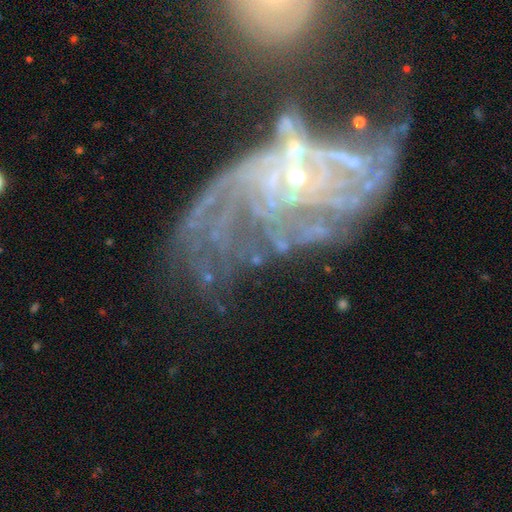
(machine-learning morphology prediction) A featured or disk galaxy (81%) with no bar (72%), tight (41%) spiral arms (83%) and a small central bulge (74%).

Vote fractions:
- Smooth or featured? featured or disk: 81% / star or artifact: 11% / smooth: 8%
- Edge-on disk? no: 96% / yes: 4%
- Bar? no: 72% / weak: 21% / strong: 7%
- Spiral arms? yes: 83% / no: 17%
- Spiral winding? tight: 41% / medium: 34% / loose: 26%
- Spiral arm count? can't tell: 40% / 2: 16% / 3: 14% / 4: 11% / more than 4: 10% / 1: 8%
- Bulge size? small: 74% / moderate: 14% / none: 8% / large: 2% / dominant: 1%
- Merging? merger: 35% / major disturbance: 31% / none: 21% / minor disturbance: 13%